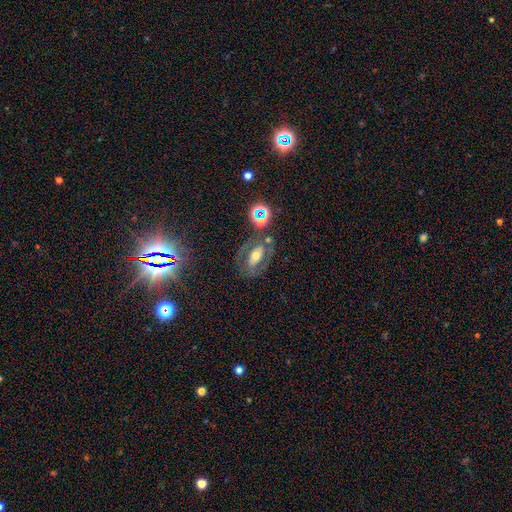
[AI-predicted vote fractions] Smooth or featured? Predicted: featured or disk (p=0.49). Merging? Predicted: none (p=0.63).